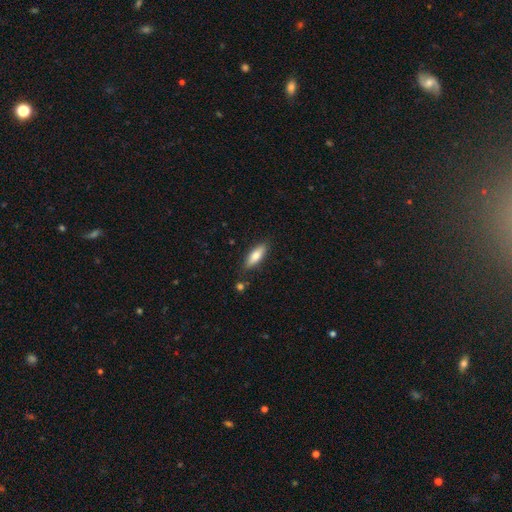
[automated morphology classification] Overall: smooth (74%). How rounded: in between (57%; cigar-shaped 41%). Merging: none (84%).